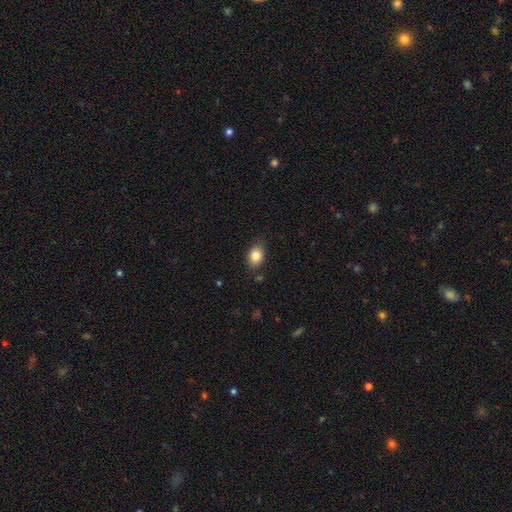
smooth_or_featured: smooth (p=0.85) [alt: featured or disk p=0.10]
how_rounded: in between (p=0.76) [alt: round p=0.21]
merging: none (p=0.76) [alt: minor disturbance p=0.16]